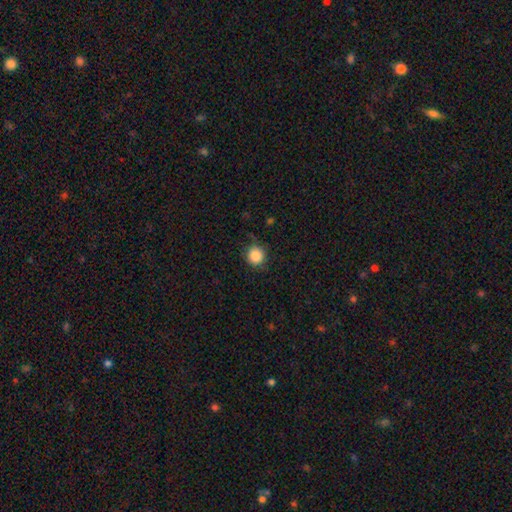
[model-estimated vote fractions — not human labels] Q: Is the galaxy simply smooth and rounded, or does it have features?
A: smooth — 87%.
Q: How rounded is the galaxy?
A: round — 92%.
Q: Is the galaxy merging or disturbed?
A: none — 82%.